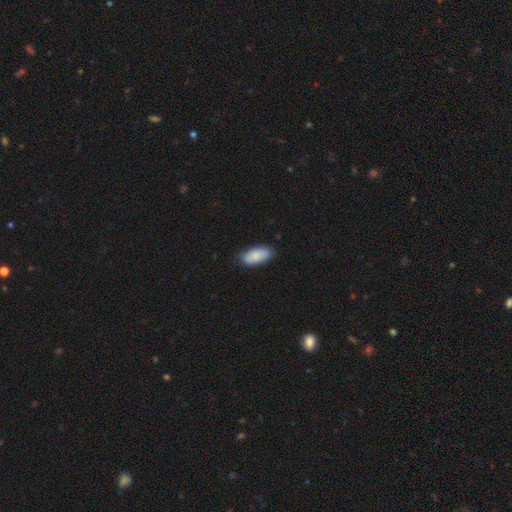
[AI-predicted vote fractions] A smooth galaxy with no disk features (82%) that is in between round and cigar-shaped (90%).

Vote fractions:
- Smooth or featured? smooth: 82% / featured or disk: 12% / star or artifact: 6%
- How rounded? in between: 90% / cigar-shaped: 8% / round: 2%
- Merging? none: 82% / minor disturbance: 15% / major disturbance: 2% / merger: 1%